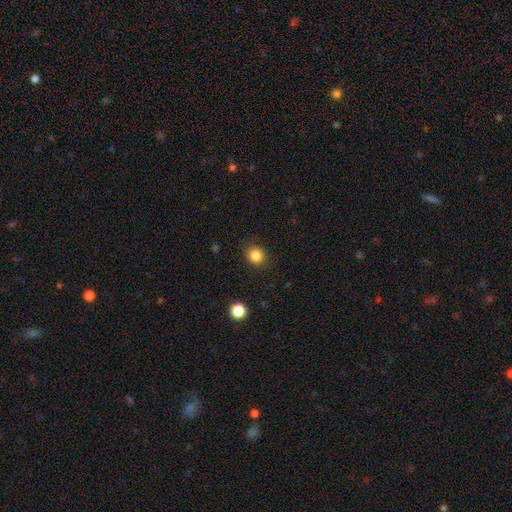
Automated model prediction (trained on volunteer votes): Smooth or featured? Predicted: smooth (p=0.84). How rounded? Predicted: round (p=0.86). Merging? Predicted: none (p=0.89).